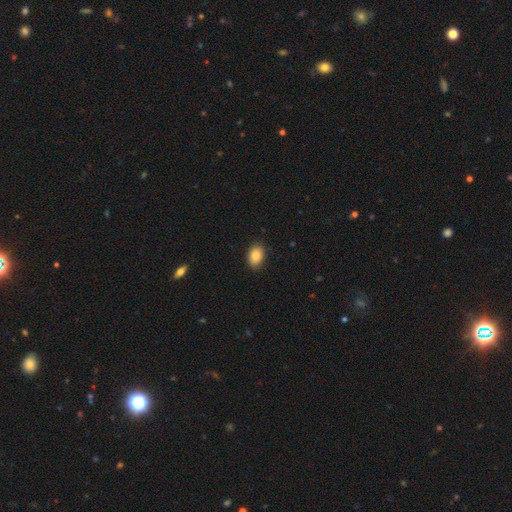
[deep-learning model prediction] Smooth or featured? Predicted: smooth (p=0.85). How rounded? Predicted: in between (p=0.83). Merging? Predicted: none (p=0.88).